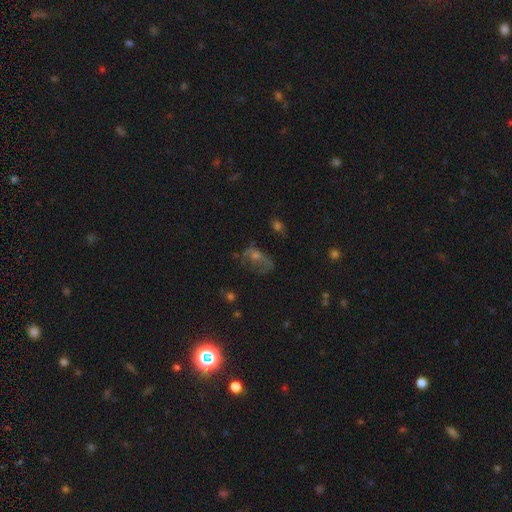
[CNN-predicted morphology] Smooth or featured? Predicted: featured or disk (p=0.37). Merging? Predicted: none (p=0.43).